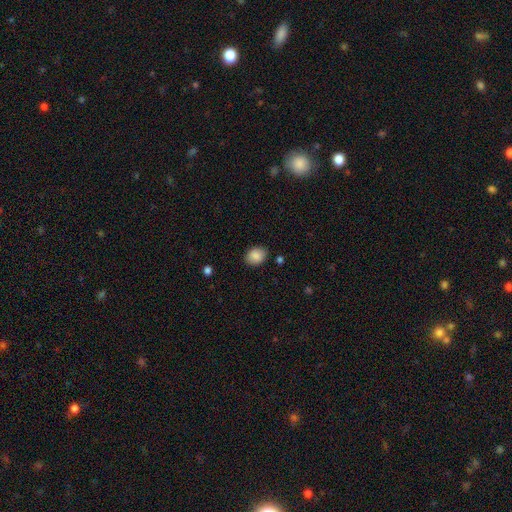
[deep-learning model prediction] A smooth galaxy with no disk features (87%) that is in between round and cigar-shaped (60%).

Vote fractions:
- Smooth or featured? smooth: 87% / star or artifact: 8% / featured or disk: 6%
- How rounded? in between: 60% / round: 39% / cigar-shaped: 1%
- Merging? none: 85% / minor disturbance: 11% / major disturbance: 3% / merger: 2%